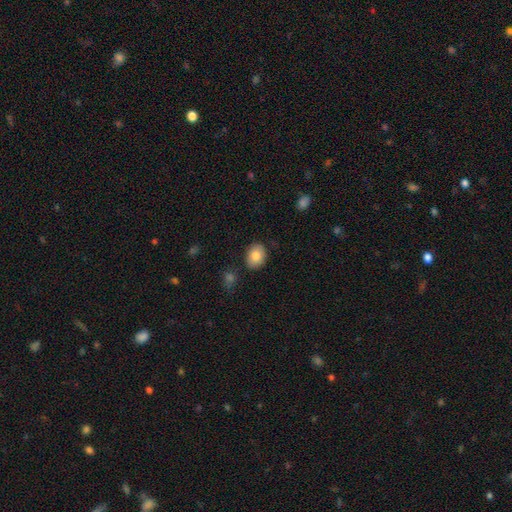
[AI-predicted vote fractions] Smooth or featured: smooth — 84% (featured or disk — 8%)
How rounded: in between — 62% (round — 37%)
Merging: none — 84% (minor disturbance — 11%)